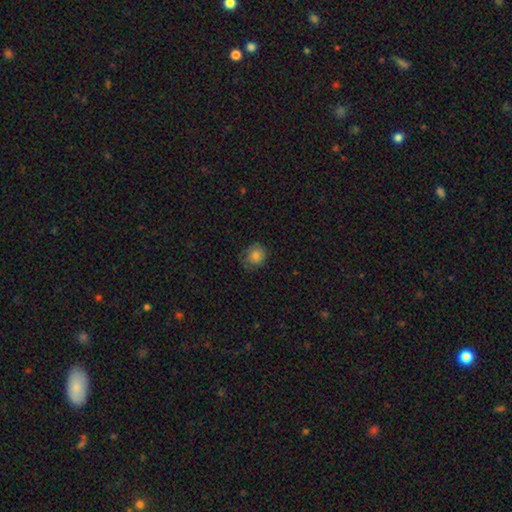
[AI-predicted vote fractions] Smooth or featured? smooth (81%)
How rounded? round (77%)
Merging? none (69%)